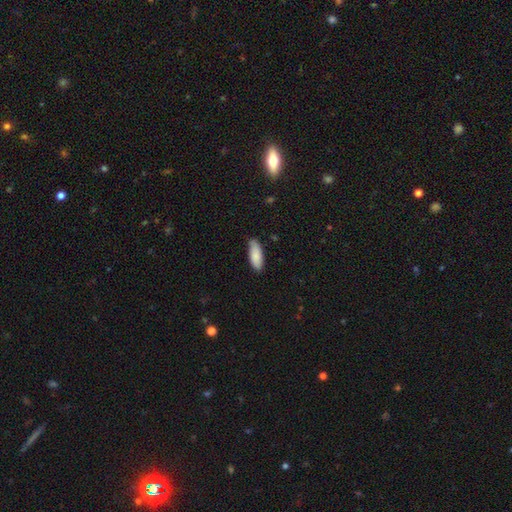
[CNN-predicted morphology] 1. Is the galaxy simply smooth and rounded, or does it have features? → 86% smooth, 8% featured or disk, 5% star or artifact.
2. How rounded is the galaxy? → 74% in between, 24% cigar-shaped, 2% round.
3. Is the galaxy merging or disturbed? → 79% none, 18% minor disturbance, 2% major disturbance, 1% merger.